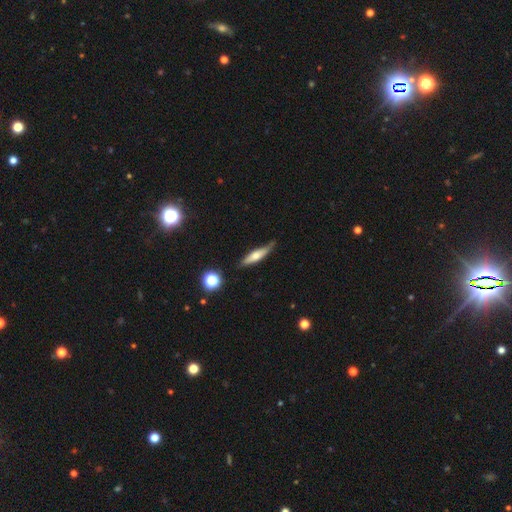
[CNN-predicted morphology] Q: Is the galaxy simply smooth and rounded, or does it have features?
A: featured or disk — 47%.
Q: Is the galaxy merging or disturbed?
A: none — 71%.